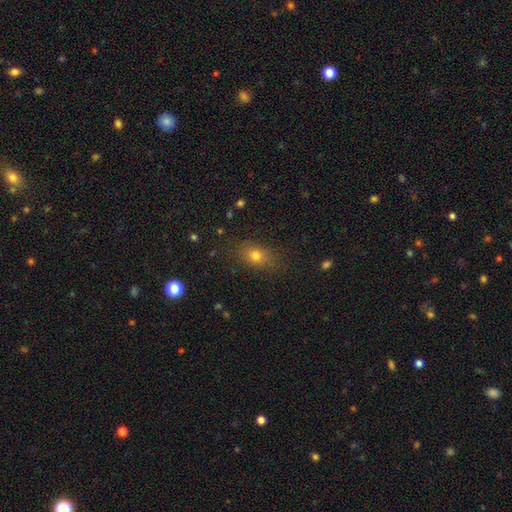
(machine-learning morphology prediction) Smooth or featured: smooth — 75% (star or artifact — 15%)
How rounded: in between — 65% (round — 32%)
Merging: none — 81% (minor disturbance — 13%)